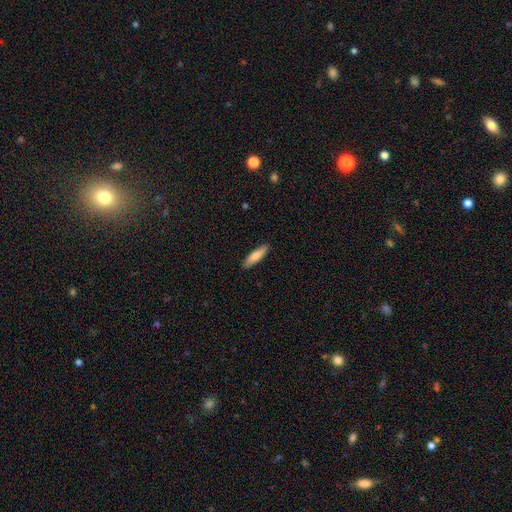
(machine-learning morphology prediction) The model was most divided on "how rounded": cigar-shaped: 70%, in between: 29%, round: 2%. More confident: merging — none (89%); smooth or featured — smooth (77%).